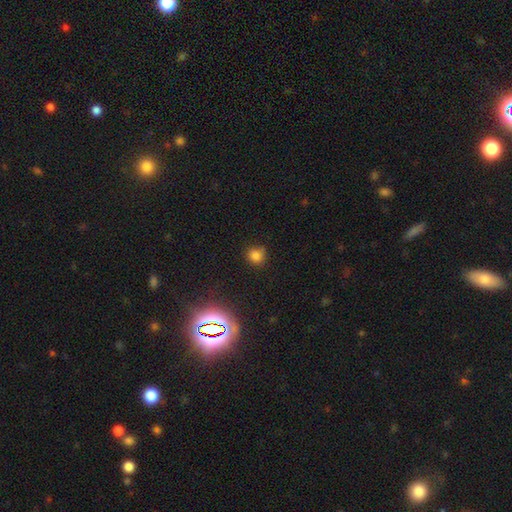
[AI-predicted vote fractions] Smooth or featured? smooth (78%)
How rounded? round (89%)
Merging? none (80%)